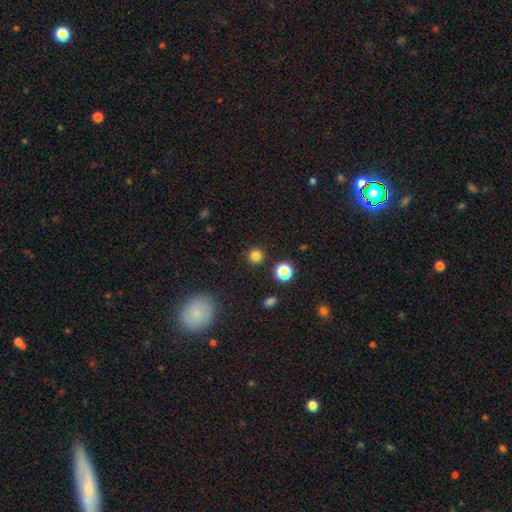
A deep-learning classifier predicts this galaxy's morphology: The model was most divided on "smooth or featured": smooth: 80%, star or artifact: 15%, featured or disk: 4%. More confident: how rounded — round (94%); merging — none (90%).